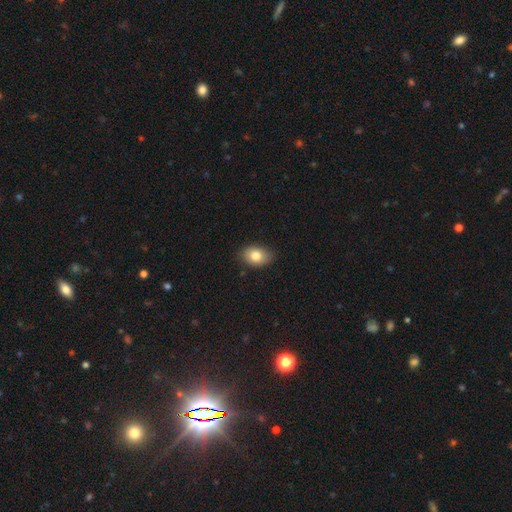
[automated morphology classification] smooth-or-featured: smooth: 81% | featured or disk: 11% | star or artifact: 8%
  how-rounded: in between: 82% | round: 16% | cigar-shaped: 1%
  merging: none: 85% | minor disturbance: 12% | major disturbance: 2% | merger: 1%